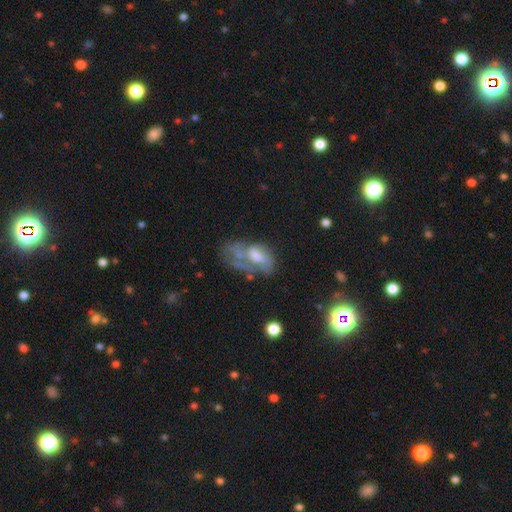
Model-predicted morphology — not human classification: smooth-or-featured: featured or disk: 51% | smooth: 36% | star or artifact: 14%
  disk-edge-on: no: 93% | yes: 7%
  merging: major disturbance: 40% | none: 27% | minor disturbance: 22% | merger: 11%